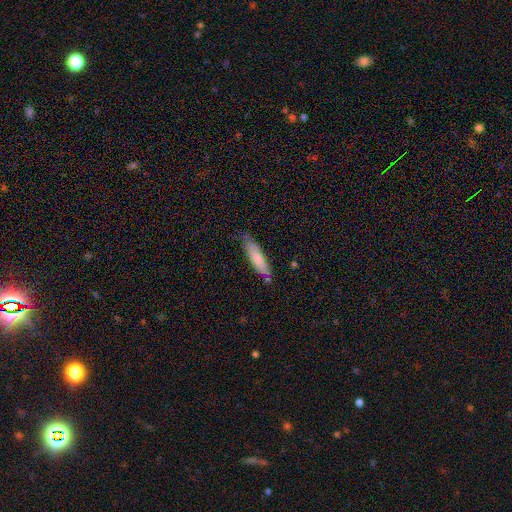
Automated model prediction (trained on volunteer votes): Morphology: type=smooth (68%); roundness=cigar-shaped (77%); merging=none (76%).